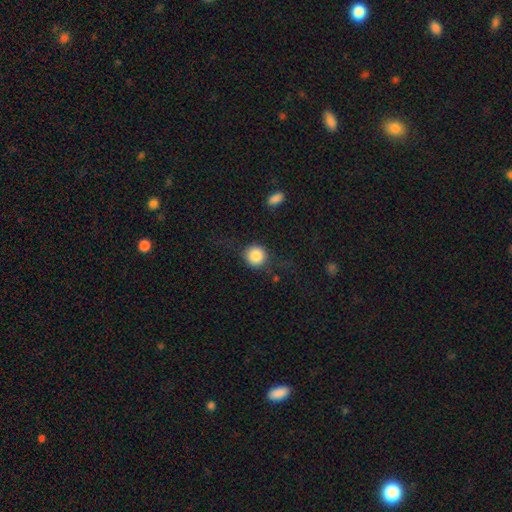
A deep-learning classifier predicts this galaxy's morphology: The model was most divided on "merging": none: 80%, minor disturbance: 11%, major disturbance: 6%, merger: 2%. More confident: how rounded — round (93%); smooth or featured — smooth (85%).